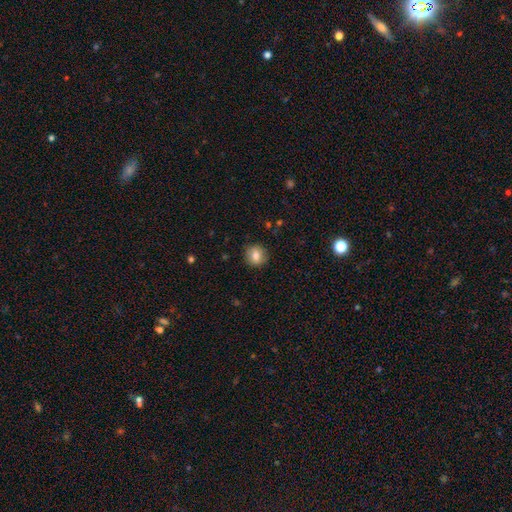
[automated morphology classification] This is likely a smooth galaxy (77%). How rounded: clearly round (91%). Merging: clearly none (88%).